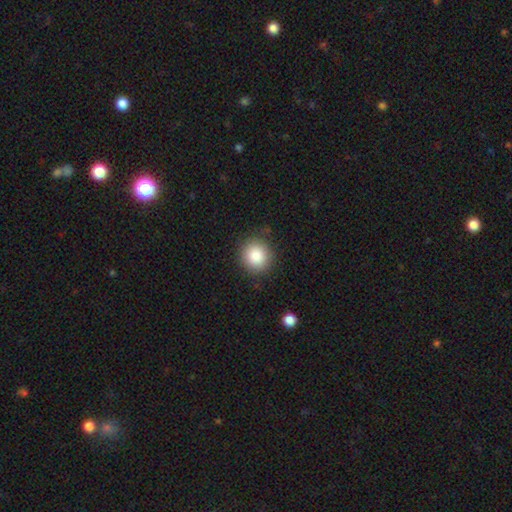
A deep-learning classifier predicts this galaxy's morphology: This appears to be a smooth galaxy with no disk features (85%) that is round (90%). Merging: none (87%).